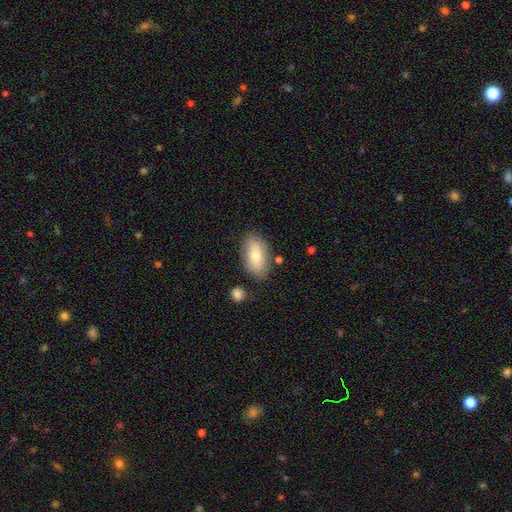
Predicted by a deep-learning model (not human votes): This is likely a smooth galaxy (74%). How rounded: clearly in between (92%). Merging: likely none (80%).